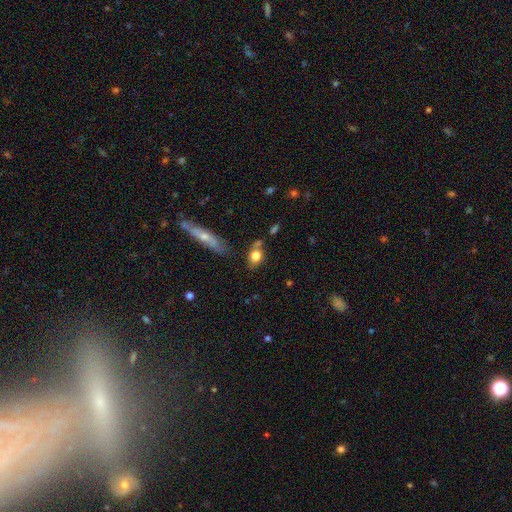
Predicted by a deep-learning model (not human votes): A smooth galaxy with no disk features (76%) that is in between round and cigar-shaped (59%).

Vote fractions:
- Smooth or featured? smooth: 76% / featured or disk: 15% / star or artifact: 9%
- How rounded? in between: 59% / round: 35% / cigar-shaped: 6%
- Merging? none: 59% / minor disturbance: 20% / merger: 15% / major disturbance: 6%